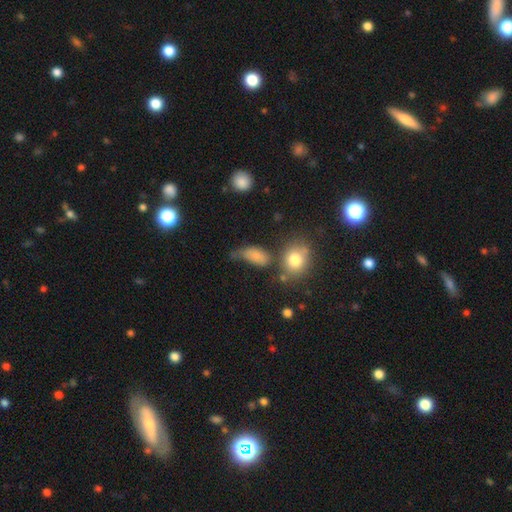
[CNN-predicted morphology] smooth 78%, star or artifact 12%, featured or disk 10%. Down the decision tree: how rounded — in between (84%); merging — none (34%).